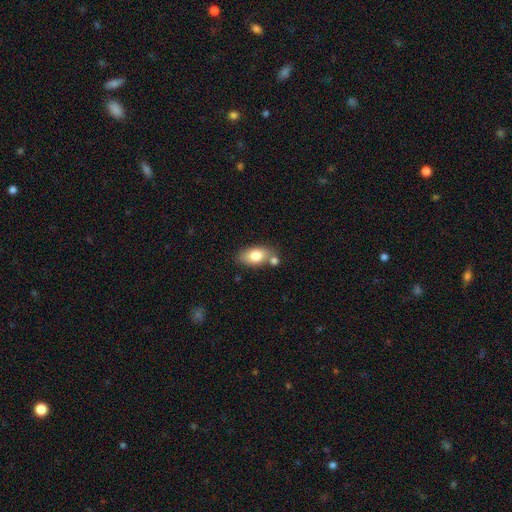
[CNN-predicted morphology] The model was most divided on "merging": none: 63%, merger: 19%, minor disturbance: 14%, major disturbance: 4%. More confident: how rounded — in between (88%); smooth or featured — smooth (78%).